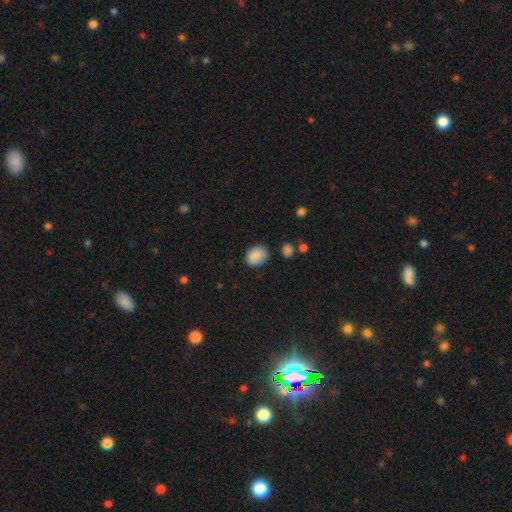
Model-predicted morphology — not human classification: Q: Smooth or featured?
A: smooth (88%); runner-up: star or artifact (8%)
Q: How rounded?
A: in between (64%); runner-up: round (35%)
Q: Merging?
A: none (76%); runner-up: minor disturbance (18%)